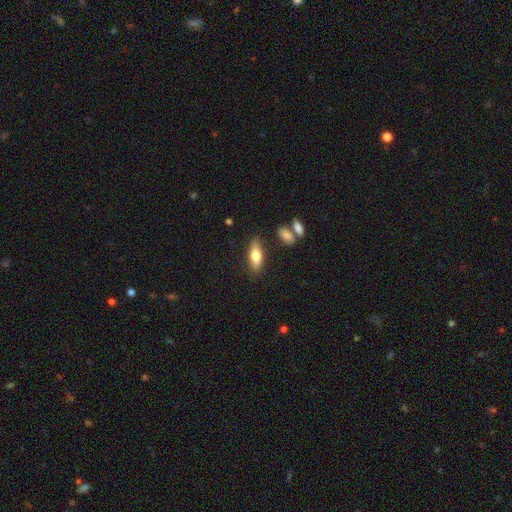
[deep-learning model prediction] Morphology: type=smooth (71%); roundness=in between (62%); merging=none (80%).